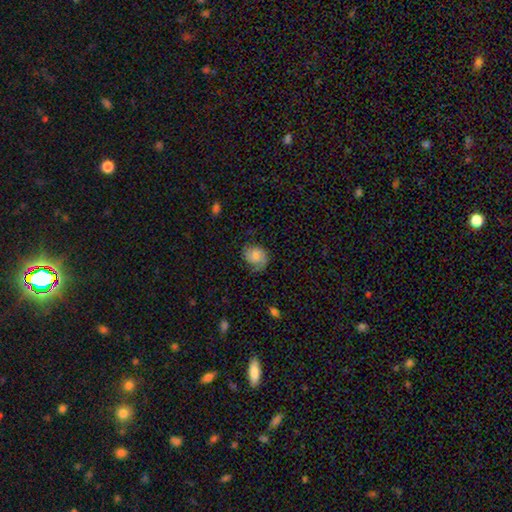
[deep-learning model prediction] This is likely a smooth galaxy (64%). How rounded: possibly round (52%). Merging: possibly none (58%).